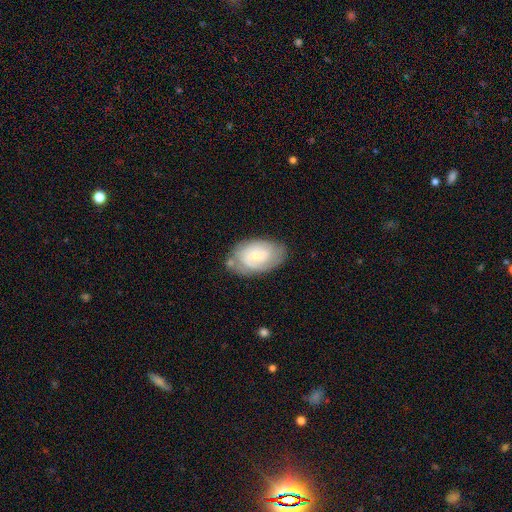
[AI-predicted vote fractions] This appears to be a featured or disk galaxy (67%) with no bar (58%), 2 (45%) tight (59%) spiral arms (87%) and a small central bulge (67%). Merging: none (69%).